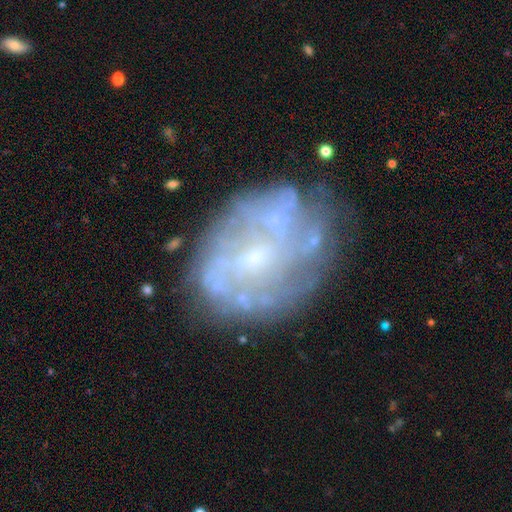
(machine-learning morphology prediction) Smooth or featured? featured or disk (73%)
Edge-on disk? no (97%)
Bar? no (63%)
Spiral arms? yes (59%)
Bulge size? small (62%)
Merging? none (63%)